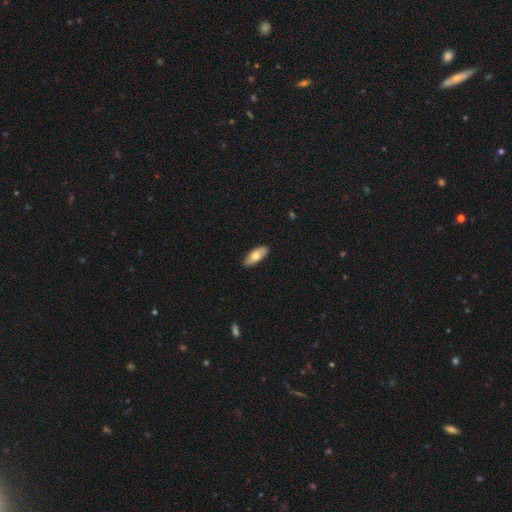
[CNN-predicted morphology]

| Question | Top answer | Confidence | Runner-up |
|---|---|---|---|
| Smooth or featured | smooth | 72% | featured or disk (23%) |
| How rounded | in between | 81% | cigar-shaped (17%) |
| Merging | none | 88% | minor disturbance (10%) |